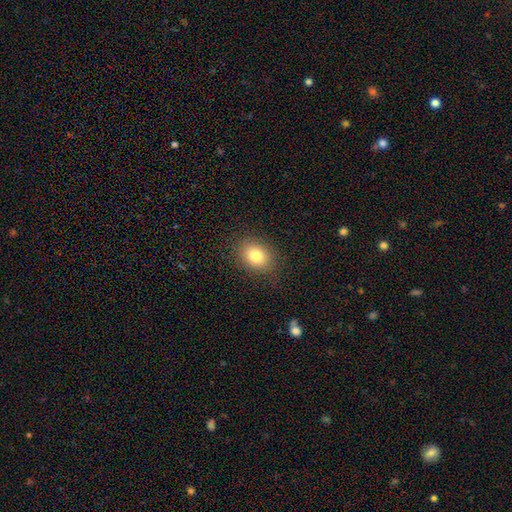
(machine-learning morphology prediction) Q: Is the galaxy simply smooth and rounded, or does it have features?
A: smooth — 81%.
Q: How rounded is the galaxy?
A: in between — 61%.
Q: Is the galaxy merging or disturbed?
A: none — 84%.